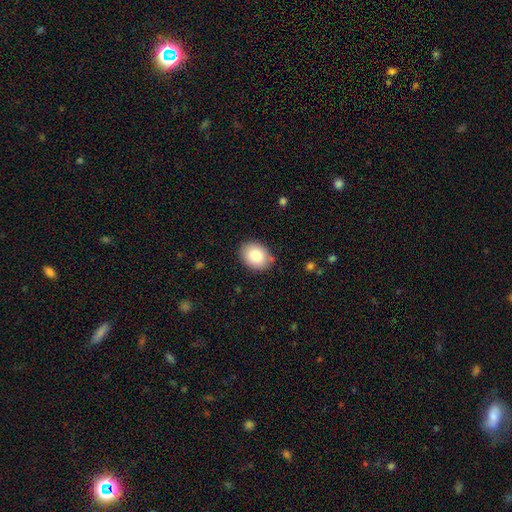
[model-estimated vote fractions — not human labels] Q: Smooth or featured?
A: smooth (82%); runner-up: featured or disk (10%)
Q: How rounded?
A: in between (58%); runner-up: round (41%)
Q: Merging?
A: none (83%); runner-up: minor disturbance (13%)